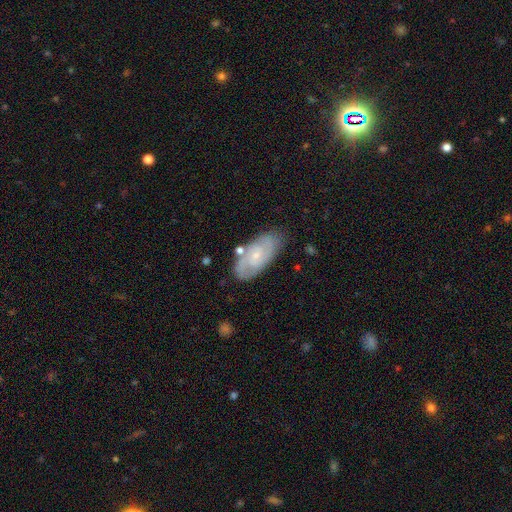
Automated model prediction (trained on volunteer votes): The model was most divided on "spiral winding": tight: 49%, medium: 39%, loose: 11%. More confident: edge-on disk — no (94%); spiral arms — yes (89%); merging — none (72%); bulge size — small (70%); smooth or featured — featured or disk (69%); bar — no (65%); spiral arm count — 2 (61%).